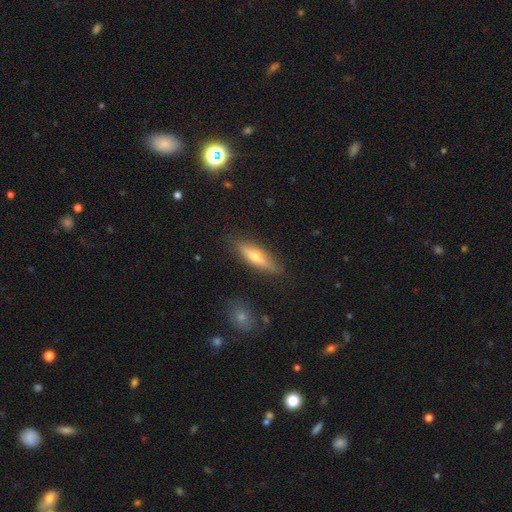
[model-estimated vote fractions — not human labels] Morphology: type=featured or disk (47%); merging=none (85%).